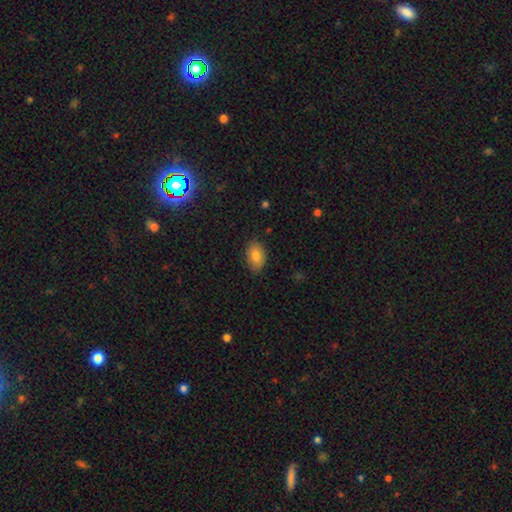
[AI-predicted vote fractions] This is clearly a smooth galaxy (82%). How rounded: clearly in between (88%). Merging: clearly none (84%).